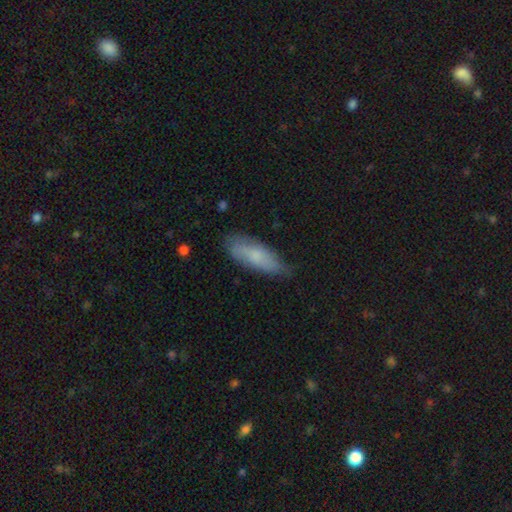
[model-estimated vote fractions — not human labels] smooth 72%, featured or disk 21%, star or artifact 6%. Down the decision tree: how rounded — in between (62%); merging — none (67%).